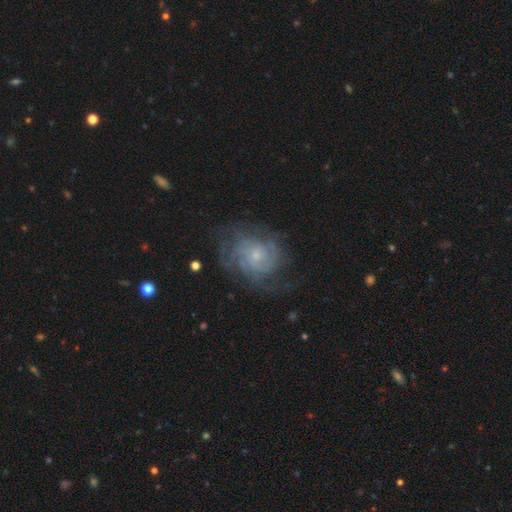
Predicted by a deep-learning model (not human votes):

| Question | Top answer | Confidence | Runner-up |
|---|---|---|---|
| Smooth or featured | featured or disk | 76% | smooth (15%) |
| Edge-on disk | no | 97% | yes (3%) |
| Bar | no | 73% | weak (24%) |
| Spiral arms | yes | 90% | no (10%) |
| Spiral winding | tight | 60% | medium (31%) |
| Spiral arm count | can't tell | 46% | 2 (16%) |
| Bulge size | small | 71% | moderate (20%) |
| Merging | none | 67% | minor disturbance (18%) |